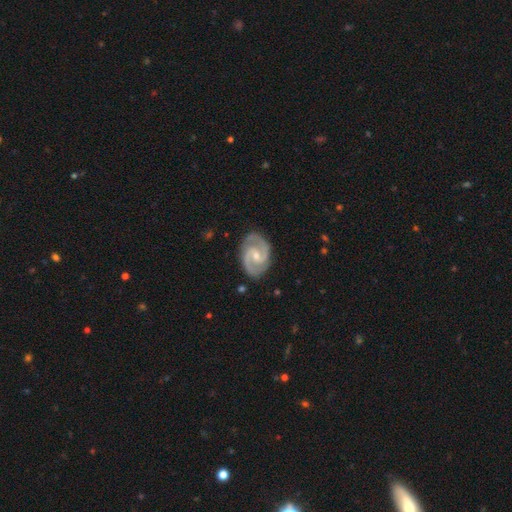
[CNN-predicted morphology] Q: Smooth or featured?
A: featured or disk (91%); runner-up: smooth (5%)
Q: Edge-on disk?
A: no (98%); runner-up: yes (2%)
Q: Bar?
A: weak (51%); runner-up: no (35%)
Q: Spiral arms?
A: yes (98%); runner-up: no (2%)
Q: Spiral winding?
A: medium (59%); runner-up: tight (31%)
Q: Spiral arm count?
A: 2 (92%); runner-up: 3 (3%)
Q: Bulge size?
A: small (56%); runner-up: moderate (39%)
Q: Merging?
A: none (83%); runner-up: minor disturbance (13%)